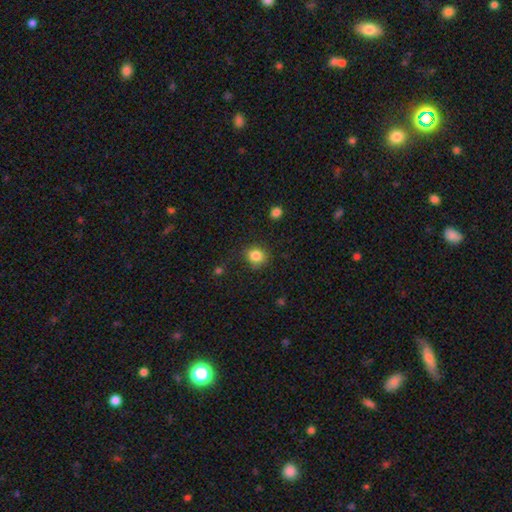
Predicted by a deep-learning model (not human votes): smooth-or-featured: smooth: 84% | star or artifact: 11% | featured or disk: 5%
  how-rounded: round: 77% | in between: 22% | cigar-shaped: 1%
  merging: none: 79% | minor disturbance: 15% | major disturbance: 4% | merger: 2%